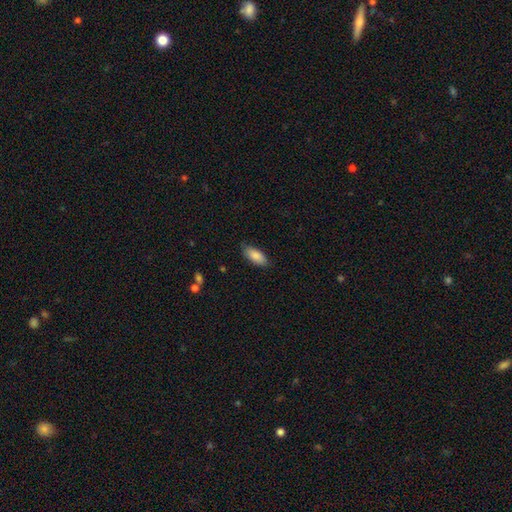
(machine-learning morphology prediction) A smooth galaxy with no disk features (87%) that is in between round and cigar-shaped (86%). Merging: none (82%).